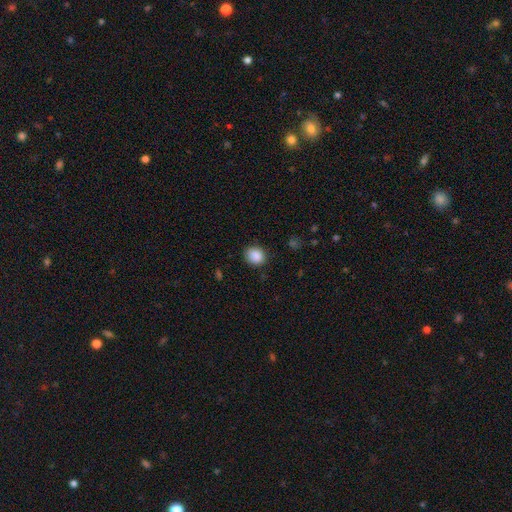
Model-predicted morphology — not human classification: Smooth or featured?
  - smooth: 88% *
  - star or artifact: 8%
  - featured or disk: 4%
How rounded?
  - round: 63% *
  - in between: 36%
  - cigar-shaped: 1%
Merging?
  - none: 81% *
  - minor disturbance: 14%
  - major disturbance: 3%
  - merger: 1%